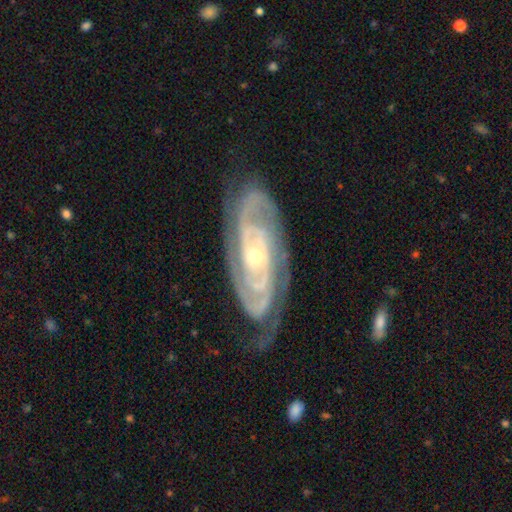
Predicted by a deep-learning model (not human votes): Smooth or featured? Predicted: featured or disk (p=0.92). Edge-on disk? Predicted: no (p=0.95). Bar? Predicted: no (p=0.58). Spiral arms? Predicted: yes (p=0.98). Spiral winding? Predicted: tight (p=0.75). Spiral arm count? Predicted: 2 (p=0.49). Bulge size? Predicted: small (p=0.59). Merging? Predicted: none (p=0.76).